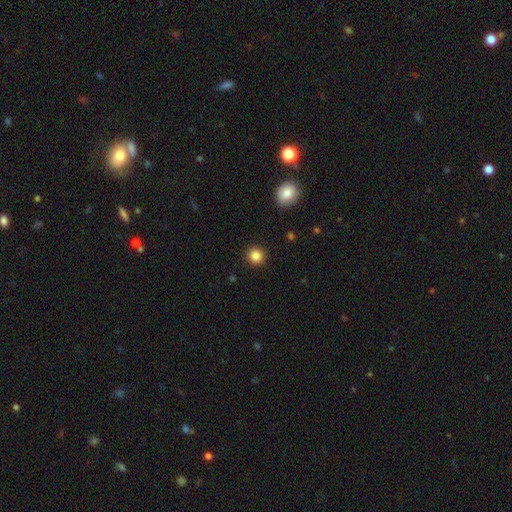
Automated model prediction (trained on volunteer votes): Overall: smooth (85%). How rounded: round (94%). Merging: none (92%).